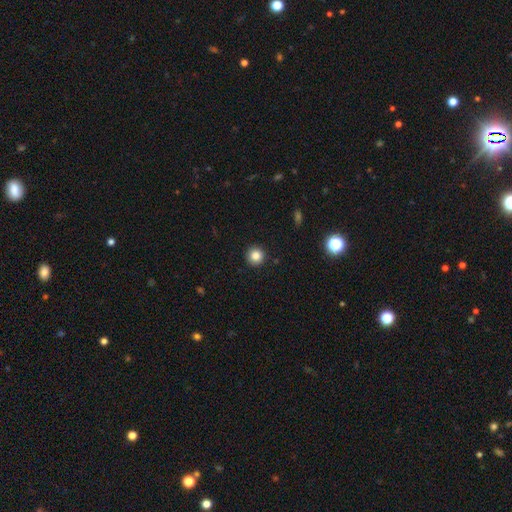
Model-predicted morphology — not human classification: This appears to be a smooth galaxy with no disk features (85%) that is round (95%). Merging: none (92%).